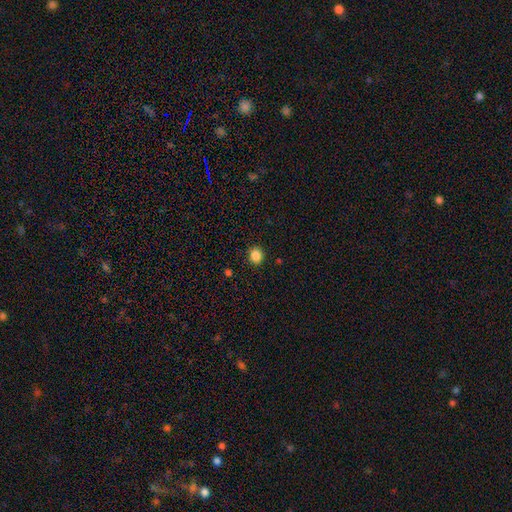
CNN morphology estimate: A smooth galaxy with no disk features (85%) that is round (84%).

Vote fractions:
- Smooth or featured? smooth: 85% / star or artifact: 11% / featured or disk: 3%
- How rounded? round: 84% / in between: 15% / cigar-shaped: 1%
- Merging? none: 90% / minor disturbance: 6% / major disturbance: 2% / merger: 1%